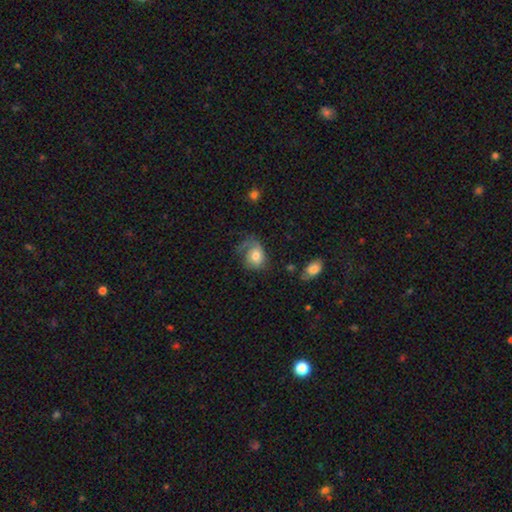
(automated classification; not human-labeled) The model was most divided on "merging": none: 42%, major disturbance: 32%, minor disturbance: 24%, merger: 3%. More confident: edge-on disk — no (97%); spiral arms — yes (83%); bar — no (76%); bulge size — moderate (65%); smooth or featured — featured or disk (53%).